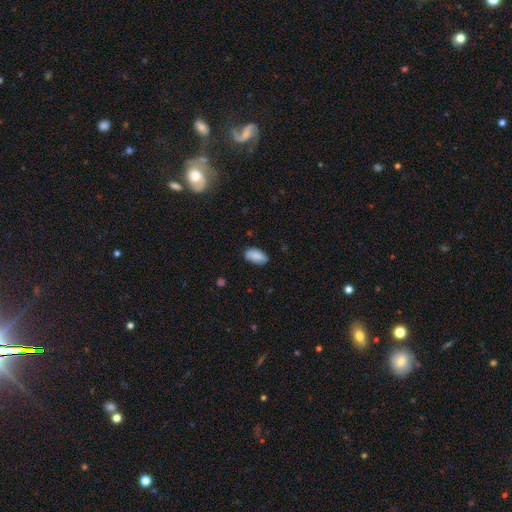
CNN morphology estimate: The model was most divided on "merging": none: 78%, minor disturbance: 18%, major disturbance: 3%, merger: 2%. More confident: how rounded — in between (93%); smooth or featured — smooth (87%).